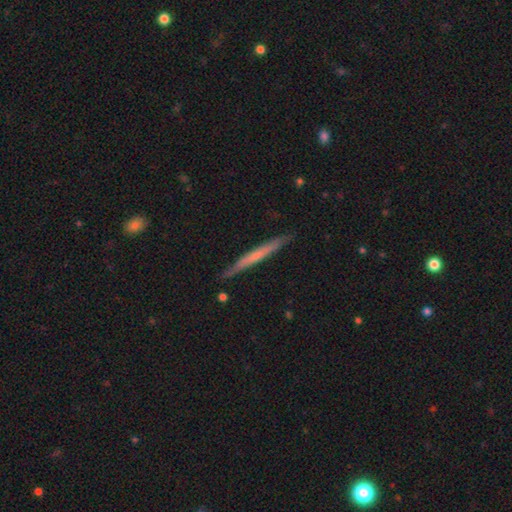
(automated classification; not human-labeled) Morphology: type=featured or disk (51%); edge-on=yes (96%); merging=none (88%).